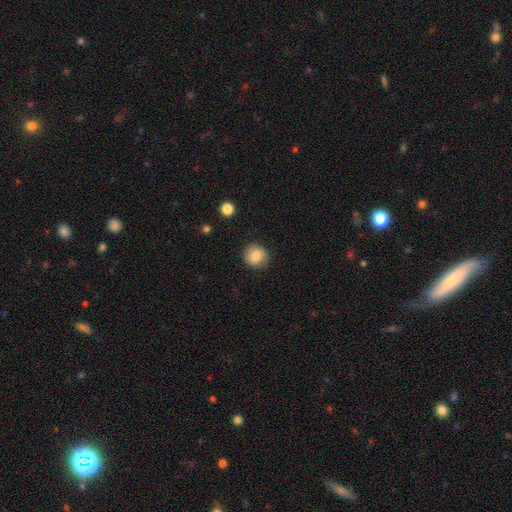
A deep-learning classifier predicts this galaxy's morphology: Smooth or featured?
  - smooth: 85% *
  - star or artifact: 8%
  - featured or disk: 7%
How rounded?
  - round: 89% *
  - in between: 10%
  - cigar-shaped: 1%
Merging?
  - none: 85% *
  - minor disturbance: 11%
  - major disturbance: 3%
  - merger: 1%